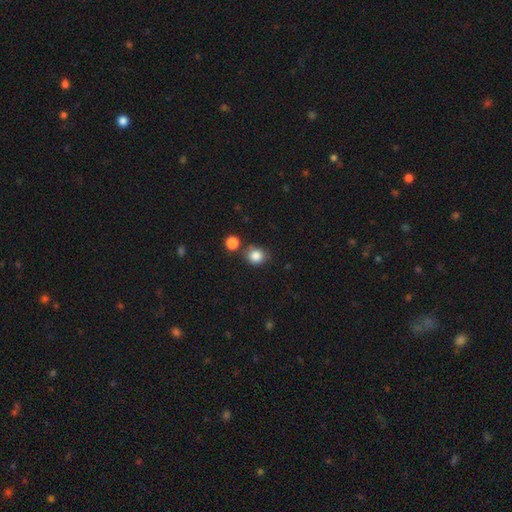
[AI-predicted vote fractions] Q: Smooth or featured?
A: smooth (85%); runner-up: star or artifact (10%)
Q: How rounded?
A: round (84%); runner-up: in between (15%)
Q: Merging?
A: none (70%); runner-up: merger (14%)